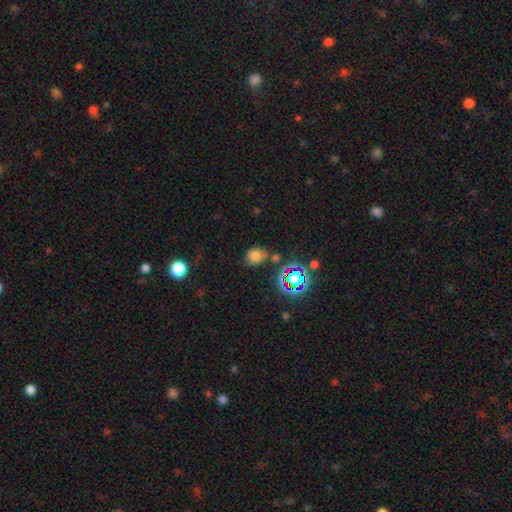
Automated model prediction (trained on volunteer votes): Overall: smooth (69%). How rounded: in between (55%; round 44%). Merging: none (70%).